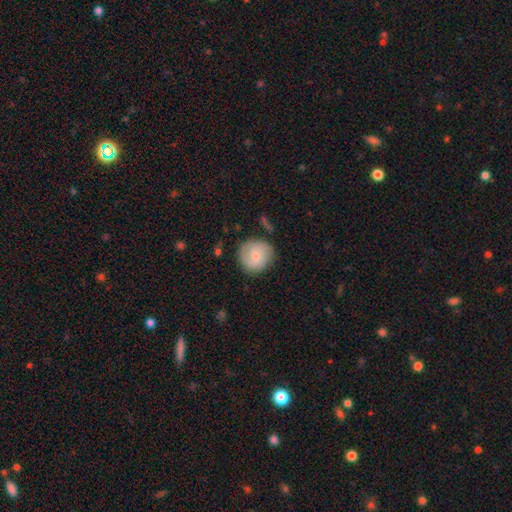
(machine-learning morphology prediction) Smooth or featured?
  - smooth: 58% *
  - featured or disk: 35%
  - star or artifact: 7%
How rounded?
  - round: 90% *
  - in between: 9%
  - cigar-shaped: 1%
Merging?
  - none: 76% *
  - minor disturbance: 16%
  - major disturbance: 5%
  - merger: 3%